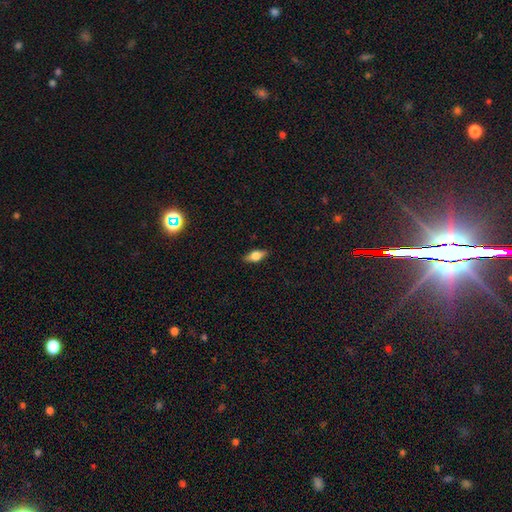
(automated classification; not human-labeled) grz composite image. It shows a smooth galaxy with no disk features (64%) that is in between round and cigar-shaped (77%). Merging: none (87%).